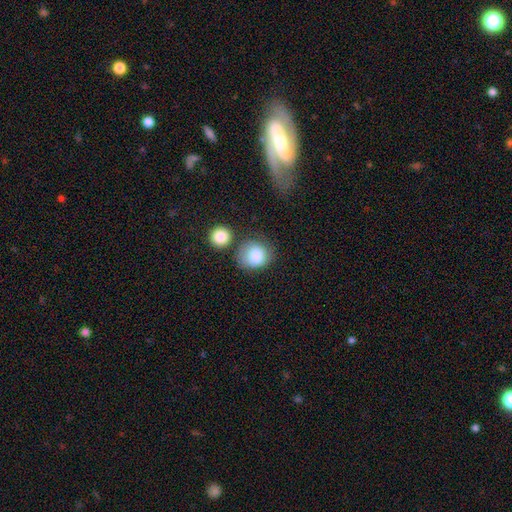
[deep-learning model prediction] Smooth or featured: smooth — 84% (featured or disk — 8%)
How rounded: round — 74% (in between — 25%)
Merging: none — 61% (minor disturbance — 19%)